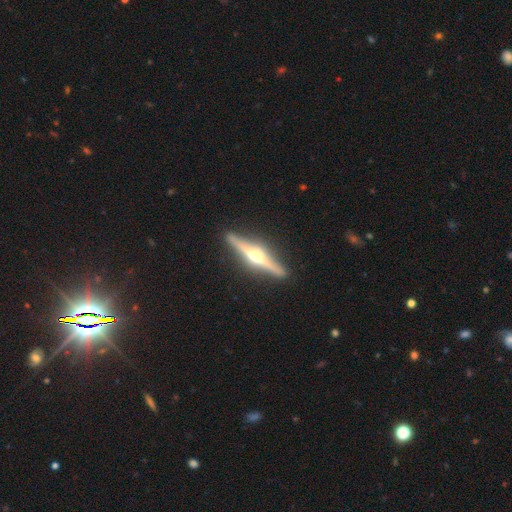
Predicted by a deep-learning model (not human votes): Overall: featured or disk (81%). Edge-on disk: yes (98%). Edge-on bulge: rounded (93%). Merging: none (90%).